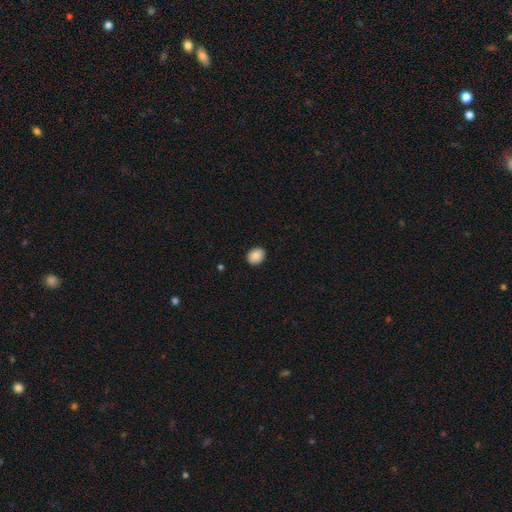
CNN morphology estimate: Smooth or featured? Predicted: smooth (p=0.87). How rounded? Predicted: round (p=0.52). Merging? Predicted: none (p=0.89).